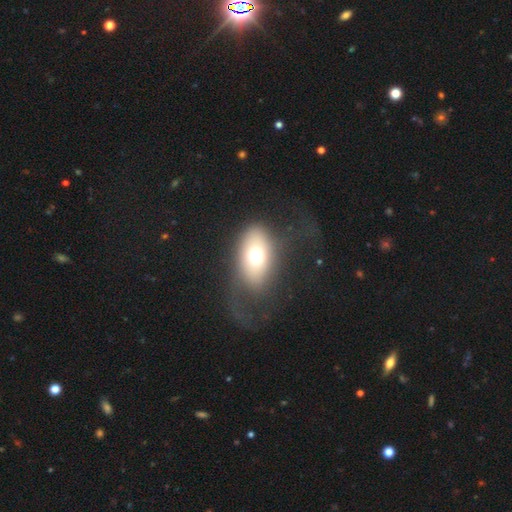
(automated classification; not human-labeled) smooth-or-featured: smooth: 65% | featured or disk: 23% | star or artifact: 12%
  how-rounded: in between: 81% | round: 17% | cigar-shaped: 2%
  merging: none: 59% | major disturbance: 22% | minor disturbance: 17% | merger: 2%